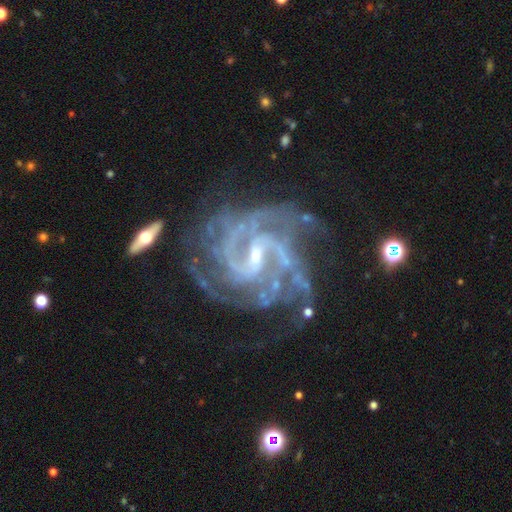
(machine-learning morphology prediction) This is clearly a featured or disk galaxy (92%). It is clearly not viewed edge-on (98%). Bar: possibly weak (46%). Spiral arm pattern: clearly yes (98%). Spiral arm count: marginally 2 (29%). Spiral winding: possibly tight (50%). Central bulge: likely small (70%). Merging: likely none (62%).